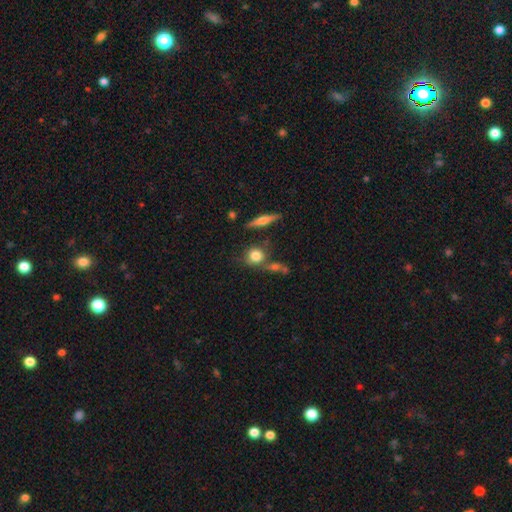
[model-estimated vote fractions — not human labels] Overall: smooth (75%). How rounded: round (77%). Merging: none (61%).